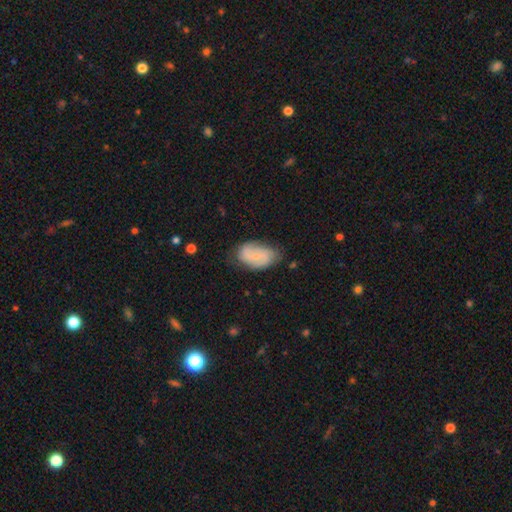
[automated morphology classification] The model was most divided on "smooth or featured" (2-way tie): smooth: 46%, featured or disk: 46%, star or artifact: 7%. More confident: merging — none (61%).